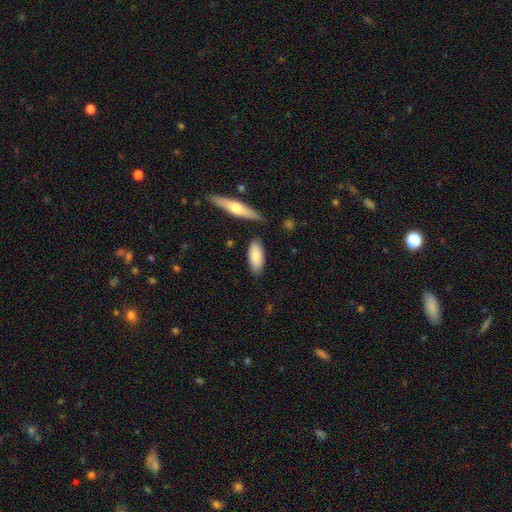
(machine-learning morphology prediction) The model was most divided on "how rounded": in between: 81%, cigar-shaped: 17%, round: 2%. More confident: smooth or featured — smooth (83%); merging — none (78%).